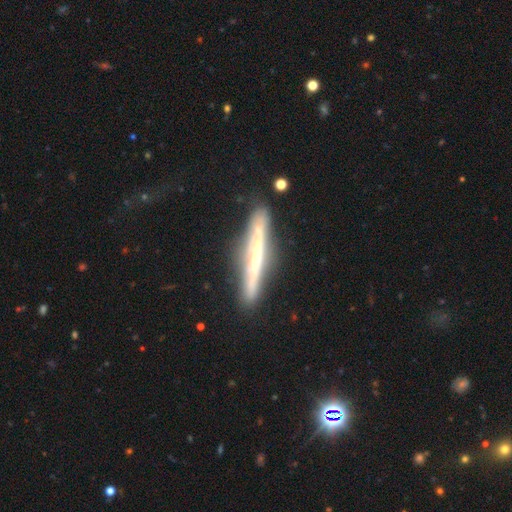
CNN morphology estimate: type=featured or disk (67%); edge-on=yes (93%); edge-on bulge=none (63%); merging=none (80%).